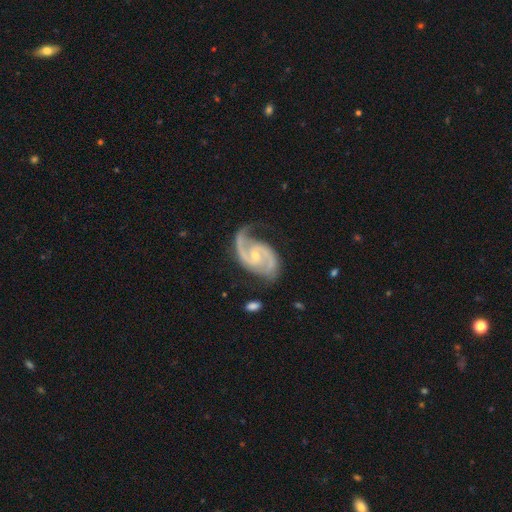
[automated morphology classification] Smooth or featured? Predicted: featured or disk (p=0.93). Edge-on disk? Predicted: no (p=0.98). Bar? Predicted: no (p=0.47). Spiral arms? Predicted: yes (p=0.98). Spiral winding? Predicted: medium (p=0.58). Spiral arm count? Predicted: 2 (p=0.91). Bulge size? Predicted: small (p=0.58). Merging? Predicted: none (p=0.65).